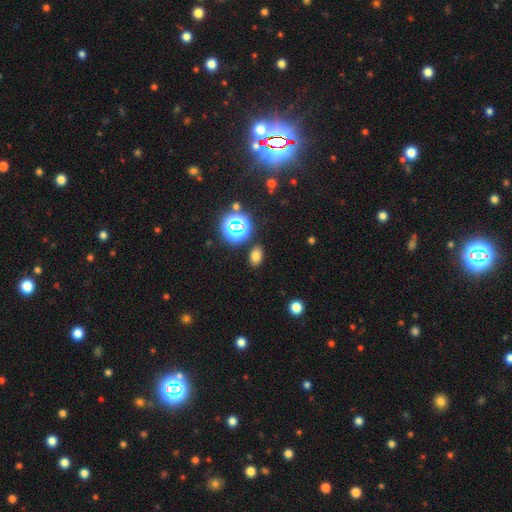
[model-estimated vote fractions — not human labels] Smooth or featured? smooth (69%)
How rounded? in between (82%)
Merging? none (85%)